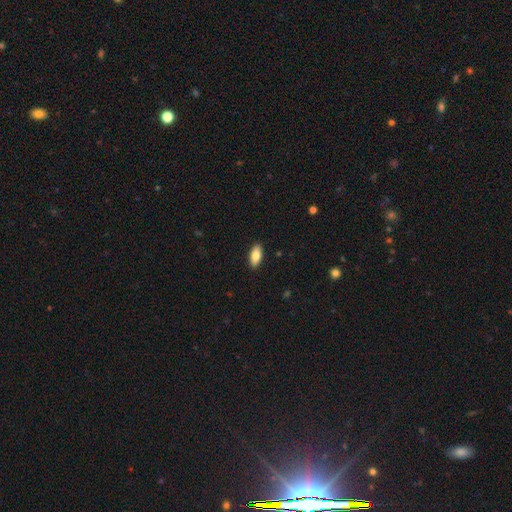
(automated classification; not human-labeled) Smooth or featured: smooth — 80% (featured or disk — 13%)
How rounded: in between — 88% (cigar-shaped — 9%)
Merging: none — 90% (minor disturbance — 7%)